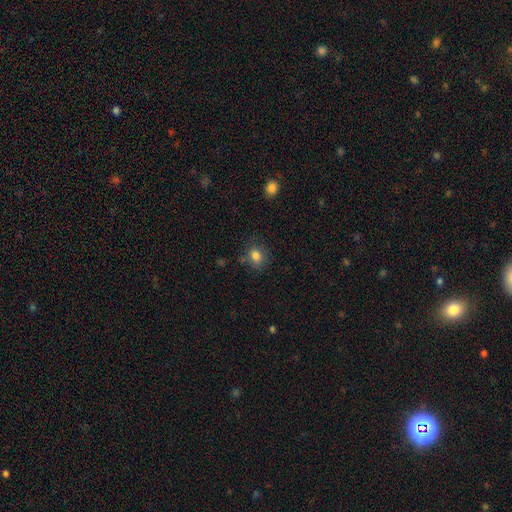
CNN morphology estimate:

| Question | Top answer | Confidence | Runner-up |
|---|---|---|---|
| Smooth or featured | smooth | 82% | star or artifact (11%) |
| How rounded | round | 57% | in between (42%) |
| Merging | none | 79% | minor disturbance (14%) |